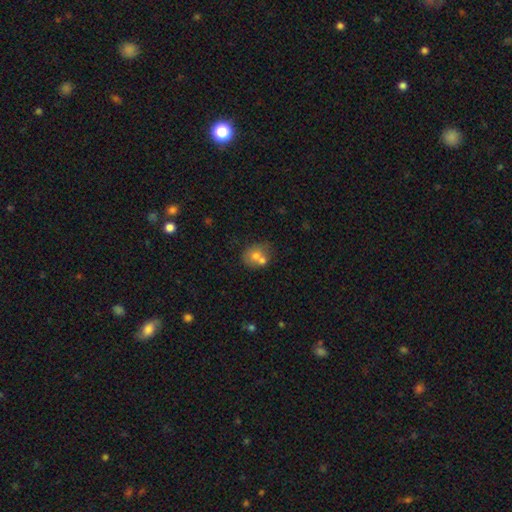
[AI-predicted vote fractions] Smooth or featured? smooth (66%)
How rounded? round (62%)
Merging? merger (43%)